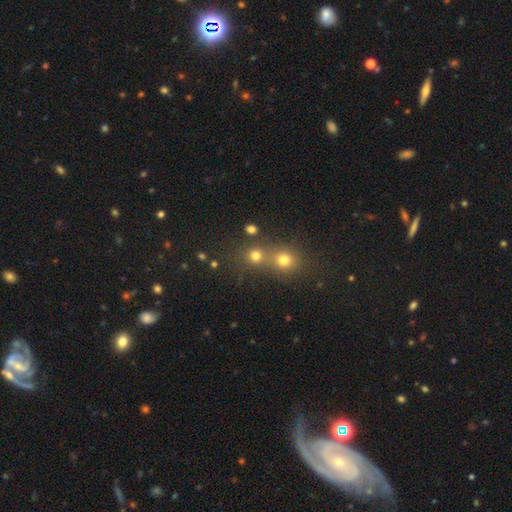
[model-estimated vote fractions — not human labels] Morphology: type=smooth (74%); roundness=round (87%); merging=none (52%).